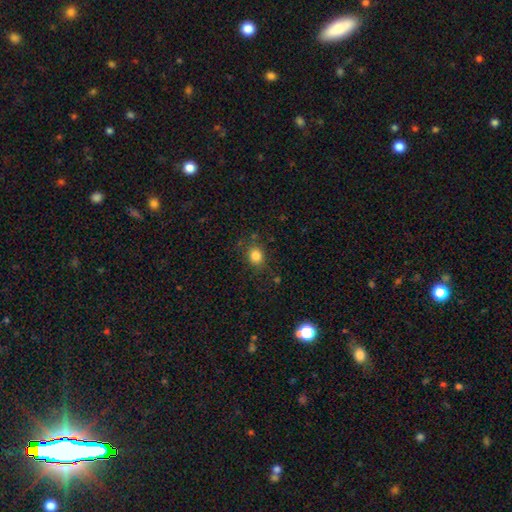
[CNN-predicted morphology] smooth 83%, star or artifact 12%, featured or disk 6%. Down the decision tree: how rounded — round (66%); merging — none (79%).